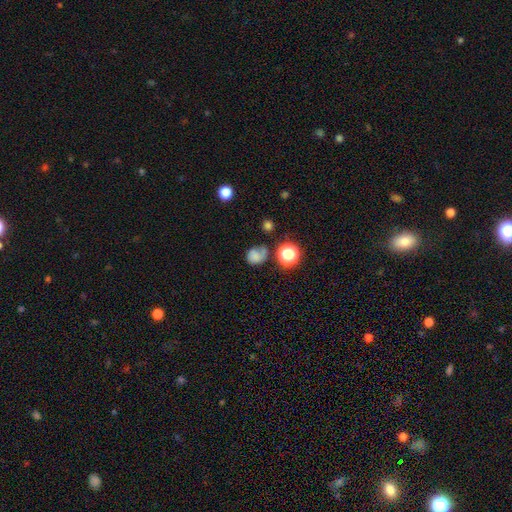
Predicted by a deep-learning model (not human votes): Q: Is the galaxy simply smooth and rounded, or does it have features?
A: smooth — 68%.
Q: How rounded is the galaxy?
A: round — 66%.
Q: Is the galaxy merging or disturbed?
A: none — 44%.